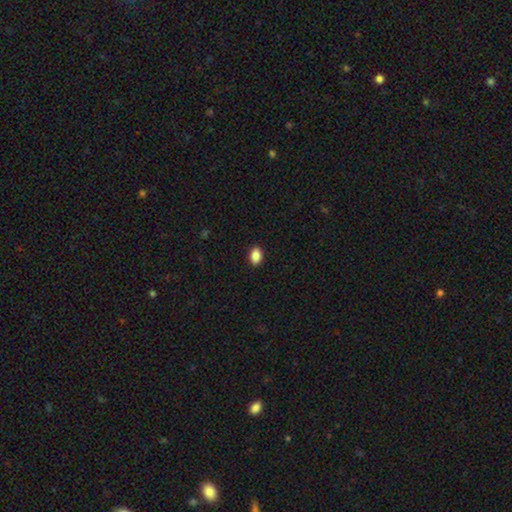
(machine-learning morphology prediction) Smooth or featured?
  - smooth: 88% *
  - star or artifact: 8%
  - featured or disk: 4%
How rounded?
  - in between: 84% *
  - round: 15%
  - cigar-shaped: 1%
Merging?
  - none: 90% *
  - minor disturbance: 7%
  - major disturbance: 2%
  - merger: 1%